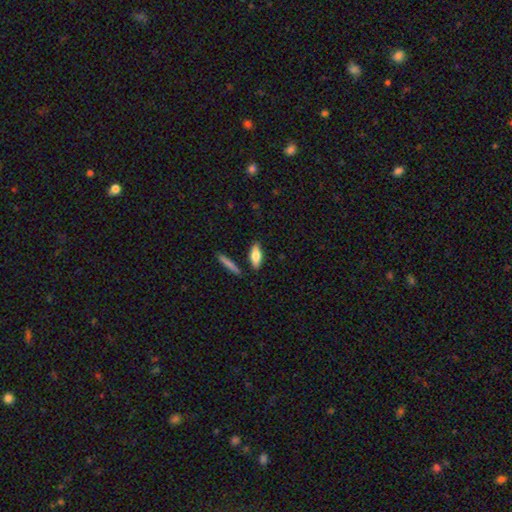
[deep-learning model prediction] Q: Smooth or featured?
A: smooth (75%); runner-up: featured or disk (19%)
Q: How rounded?
A: in between (65%); runner-up: cigar-shaped (32%)
Q: Merging?
A: none (82%); runner-up: minor disturbance (10%)